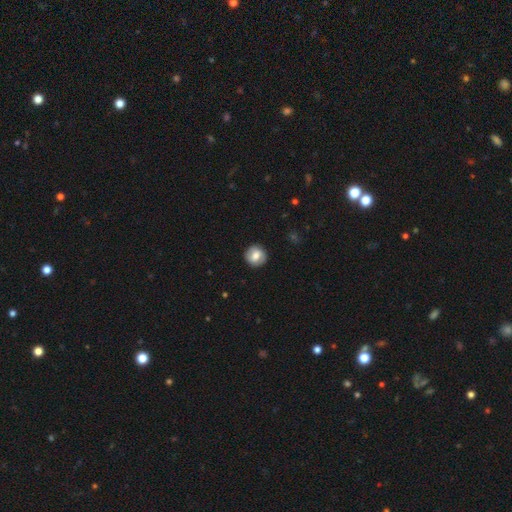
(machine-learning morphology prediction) smooth_or_featured: smooth (p=0.70) [alt: featured or disk p=0.22]
how_rounded: round (p=0.91) [alt: in between p=0.08]
merging: none (p=0.89) [alt: minor disturbance p=0.07]